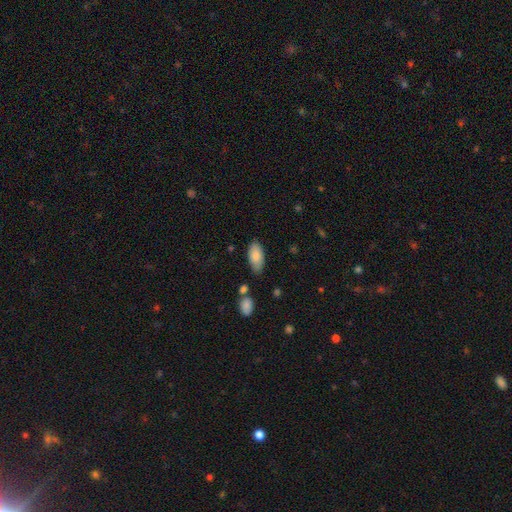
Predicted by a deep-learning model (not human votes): A smooth galaxy with no disk features (83%) that is in between round and cigar-shaped (93%). Merging: none (74%).